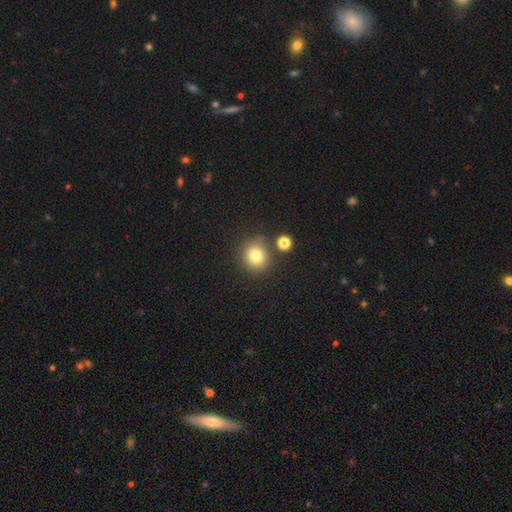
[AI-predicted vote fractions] Smooth or featured: smooth — 79% (star or artifact — 13%)
How rounded: round — 89% (in between — 10%)
Merging: none — 78% (minor disturbance — 10%)